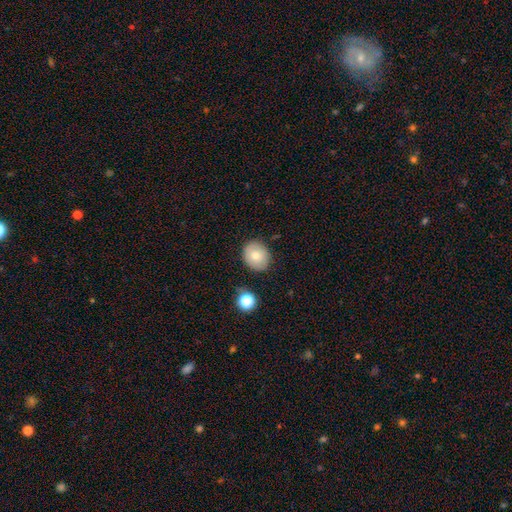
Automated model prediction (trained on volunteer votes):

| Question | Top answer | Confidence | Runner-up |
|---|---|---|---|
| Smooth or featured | smooth | 76% | featured or disk (15%) |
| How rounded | round | 66% | in between (33%) |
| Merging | none | 82% | minor disturbance (12%) |